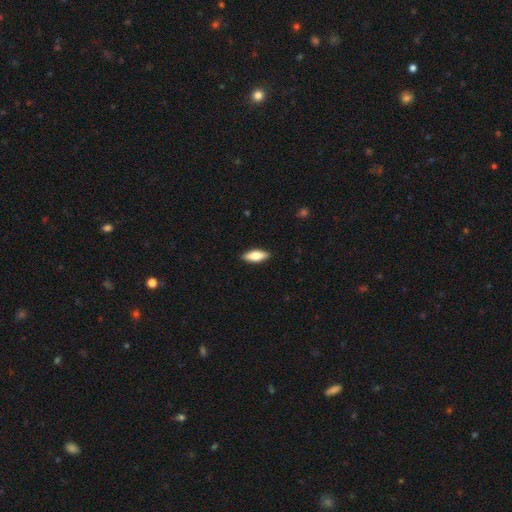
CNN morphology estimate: Smooth or featured? Predicted: smooth (p=0.74). How rounded? Predicted: in between (p=0.71). Merging? Predicted: none (p=0.89).